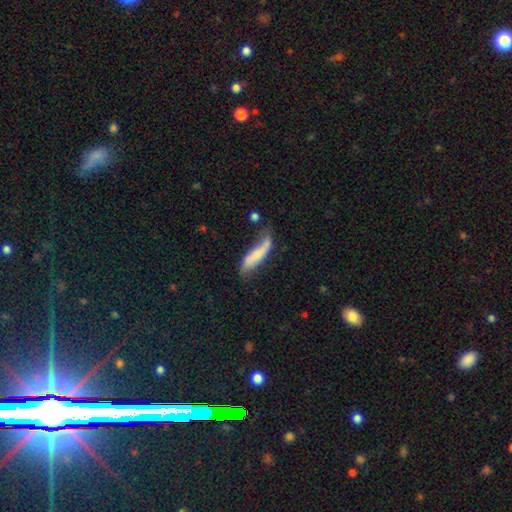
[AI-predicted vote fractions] Smooth or featured?
  - smooth: 55% *
  - featured or disk: 39%
  - star or artifact: 6%
How rounded?
  - cigar-shaped: 66% *
  - in between: 32%
  - round: 2%
Merging?
  - none: 41% *
  - minor disturbance: 32%
  - major disturbance: 17%
  - merger: 10%